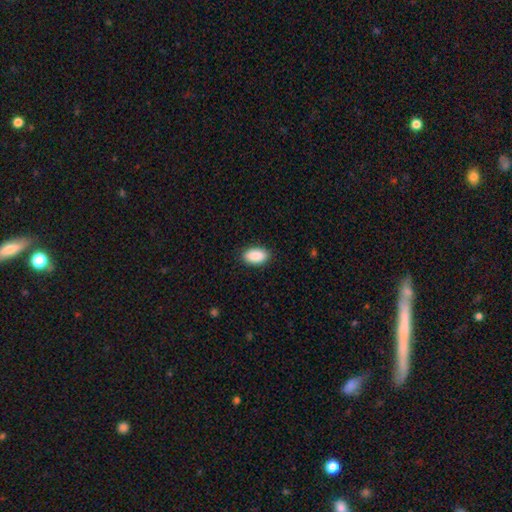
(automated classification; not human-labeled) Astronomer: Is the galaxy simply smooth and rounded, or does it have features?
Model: smooth — 91%.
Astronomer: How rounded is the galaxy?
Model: in between — 94%.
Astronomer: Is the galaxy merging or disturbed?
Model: none — 89%.